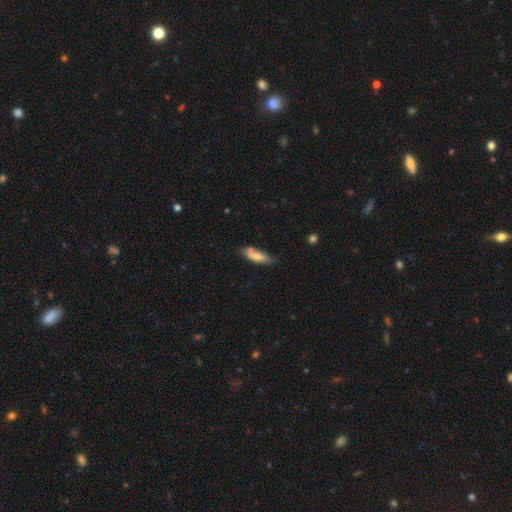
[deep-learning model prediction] Overall: smooth (77%). How rounded: cigar-shaped (56%; in between 43%). Merging: none (64%; minor disturbance 25%).